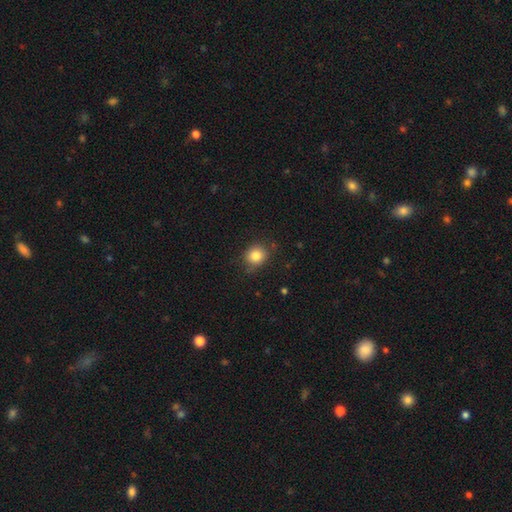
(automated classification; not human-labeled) A smooth galaxy with no disk features (83%) that is round (75%). Merging: none (80%).